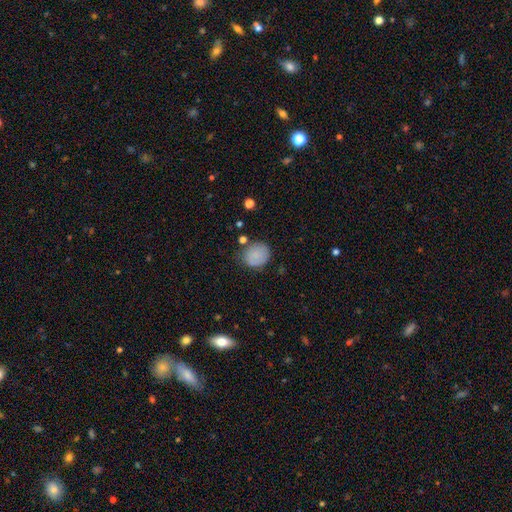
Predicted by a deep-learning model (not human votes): Smooth or featured: smooth — 84% (star or artifact — 9%)
How rounded: round — 74% (in between — 25%)
Merging: none — 71% (minor disturbance — 20%)